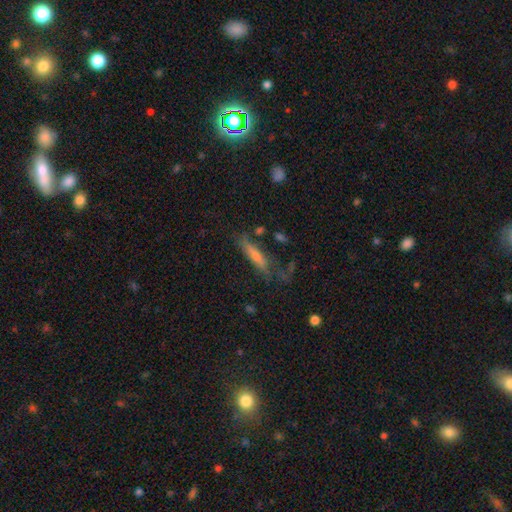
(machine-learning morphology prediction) The model was most divided on "smooth or featured": smooth: 55%, featured or disk: 36%, star or artifact: 9%. More confident: how rounded — cigar-shaped (83%); merging — none (59%).